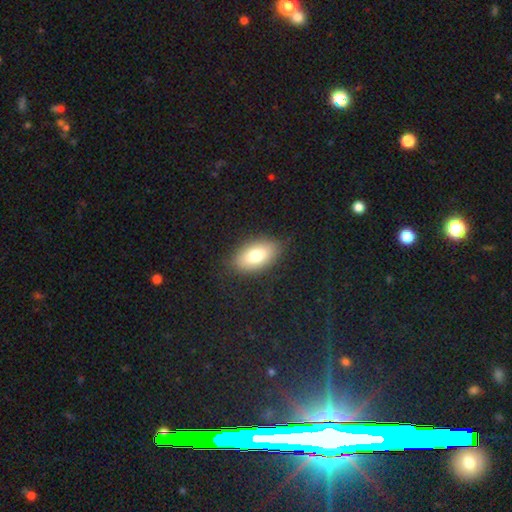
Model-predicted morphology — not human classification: This appears to be a smooth galaxy with no disk features (79%) that is in between round and cigar-shaped (93%). Merging: none (82%).